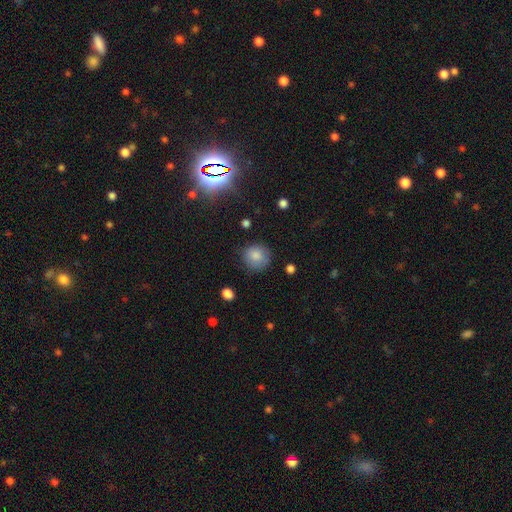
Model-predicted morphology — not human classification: A smooth galaxy with no disk features (84%) that is round (88%). Merging: none (80%).